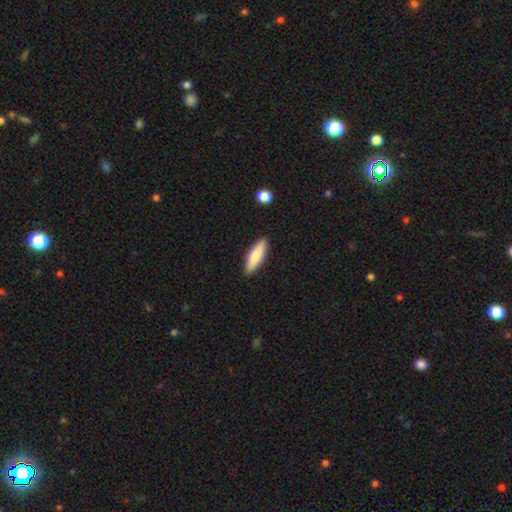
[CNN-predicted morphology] The model was most divided on "how rounded": cigar-shaped: 60%, in between: 39%, round: 2%. More confident: merging — none (89%); smooth or featured — smooth (78%).